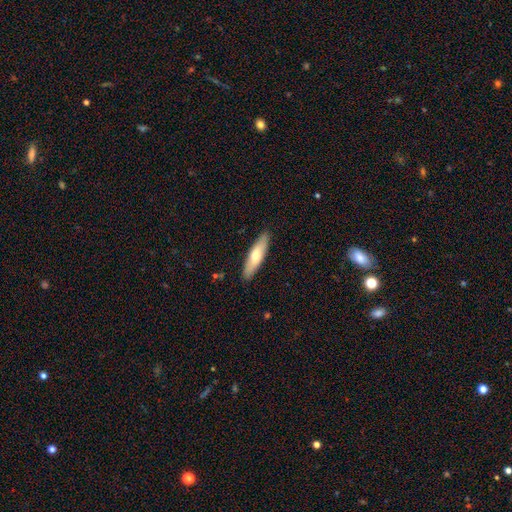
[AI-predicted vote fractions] A smooth galaxy with no disk features (62%) that is cigar-shaped (64%). Merging: none (89%).